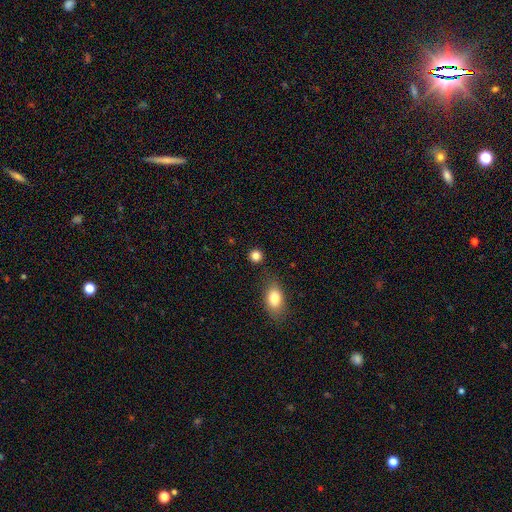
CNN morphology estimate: Smooth or featured? Predicted: smooth (p=0.84). How rounded? Predicted: round (p=0.88). Merging? Predicted: none (p=0.84).